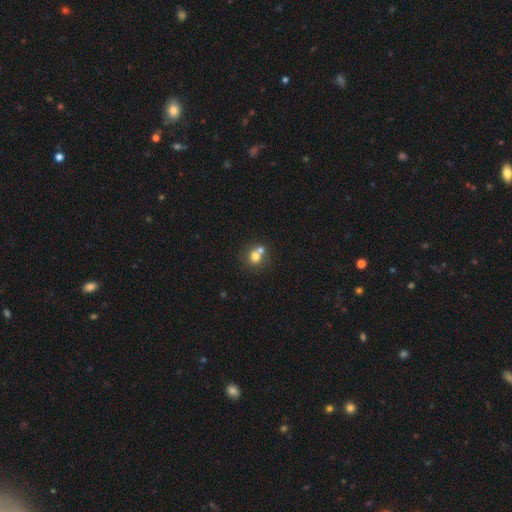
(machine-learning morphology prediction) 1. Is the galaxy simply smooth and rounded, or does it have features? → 72% smooth, 16% featured or disk, 12% star or artifact.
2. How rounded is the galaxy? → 79% round, 20% in between, 1% cigar-shaped.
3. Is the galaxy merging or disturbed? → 47% merger, 43% none, 7% minor disturbance, 3% major disturbance.